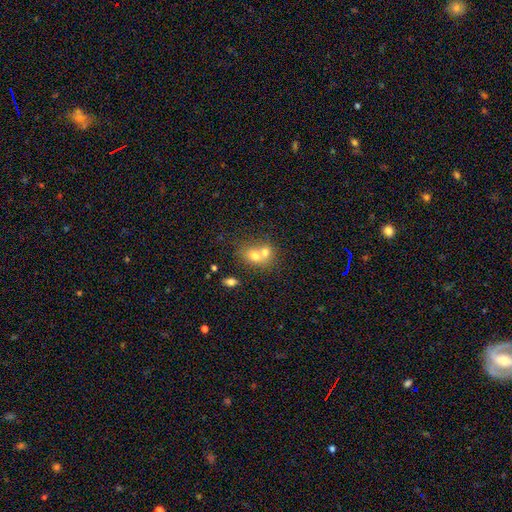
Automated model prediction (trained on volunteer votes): smooth_or_featured: smooth (p=0.68) [alt: featured or disk p=0.21]
how_rounded: round (p=0.51) [alt: in between p=0.48]
merging: merger (p=0.66) [alt: none p=0.24]